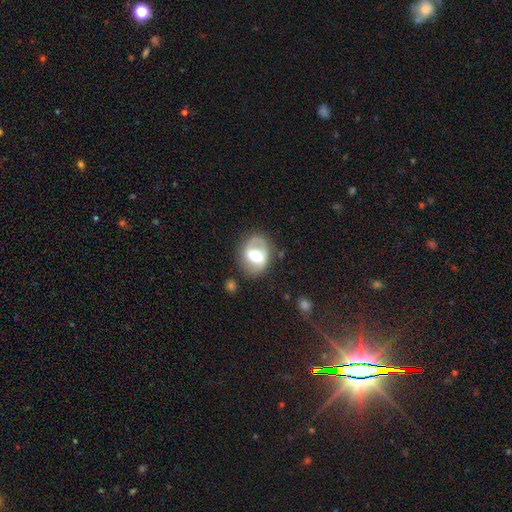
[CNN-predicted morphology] Smooth or featured?
  - featured or disk: 62% *
  - smooth: 32%
  - star or artifact: 6%
Edge-on disk?
  - no: 95% *
  - yes: 5%
Bar?
  - weak: 40% *
  - strong: 36%
  - no: 24%
Spiral arms?
  - yes: 61% *
  - no: 39%
Bulge size?
  - moderate: 62% *
  - large: 24%
  - small: 10%
  - dominant: 2%
  - none: 1%
Merging?
  - none: 70% *
  - minor disturbance: 18%
  - major disturbance: 9%
  - merger: 2%